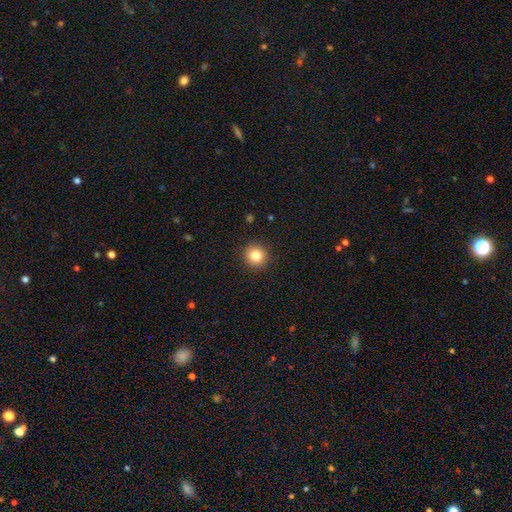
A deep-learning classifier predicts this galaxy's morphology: A smooth galaxy with no disk features (83%) that is round (94%). Merging: none (93%).